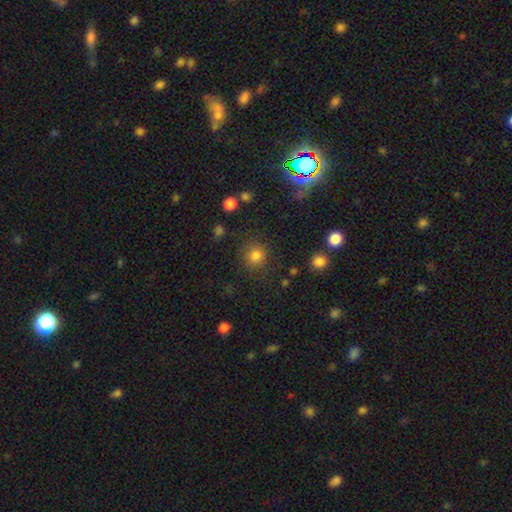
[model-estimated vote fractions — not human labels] The model was most divided on "smooth or featured": smooth: 81%, star or artifact: 13%, featured or disk: 5%. More confident: how rounded — round (89%); merging — none (84%).